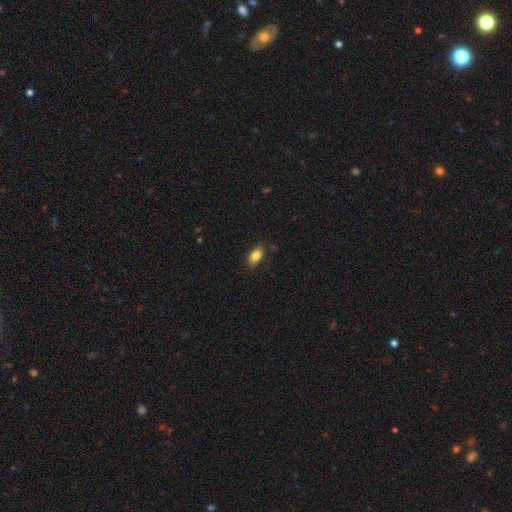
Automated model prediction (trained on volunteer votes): A smooth galaxy with no disk features (84%) that is in between round and cigar-shaped (88%).

Vote fractions:
- Smooth or featured? smooth: 84% / star or artifact: 8% / featured or disk: 8%
- How rounded? in between: 88% / round: 6% / cigar-shaped: 6%
- Merging? none: 83% / minor disturbance: 13% / major disturbance: 3% / merger: 1%